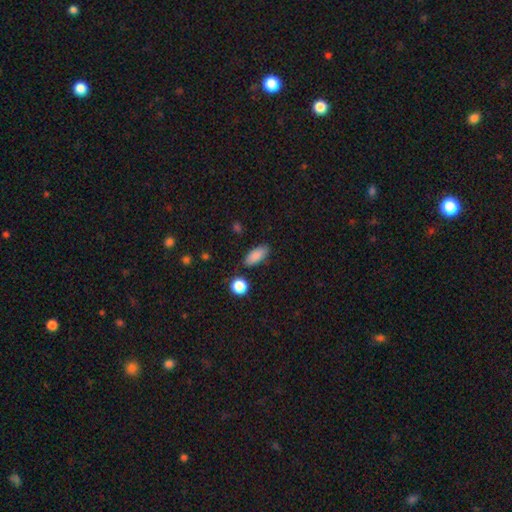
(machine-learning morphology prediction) smooth_or_featured: smooth (p=0.87) [alt: star or artifact p=0.08]
how_rounded: in between (p=0.83) [alt: cigar-shaped p=0.13]
merging: none (p=0.82) [alt: minor disturbance p=0.11]